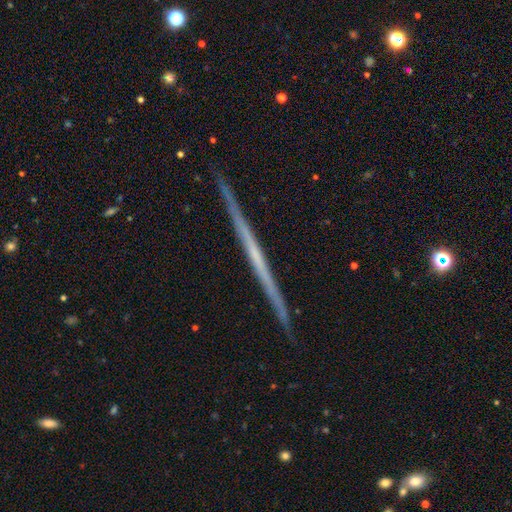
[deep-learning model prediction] Morphology: type=featured or disk (72%); edge-on=yes (98%); edge-on bulge=none (88%); merging=none (92%).